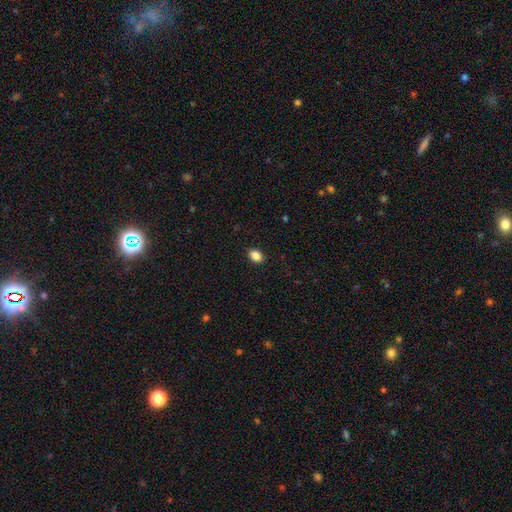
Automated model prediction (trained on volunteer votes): Smooth or featured: smooth — 87% (star or artifact — 9%)
How rounded: in between — 70% (round — 29%)
Merging: none — 90% (minor disturbance — 7%)